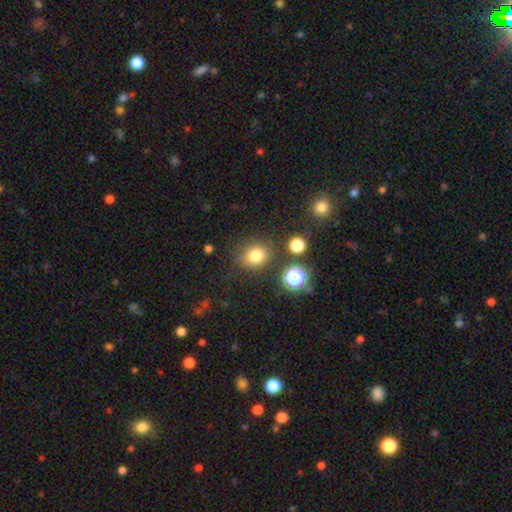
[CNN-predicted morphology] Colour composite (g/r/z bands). It shows a smooth galaxy with no disk features (78%) that is round (71%). Merging: none (79%).